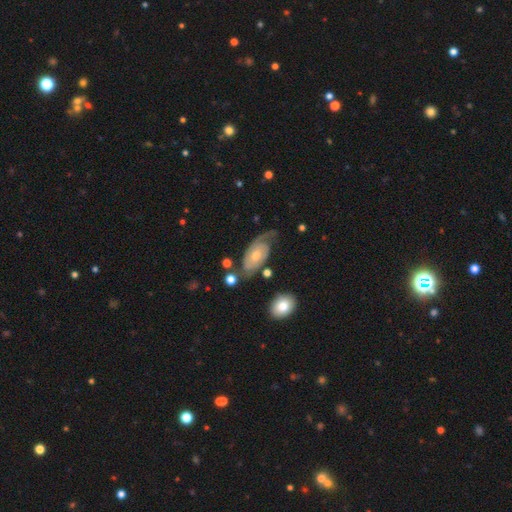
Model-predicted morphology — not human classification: This is likely a featured or disk galaxy (76%). It is clearly not viewed edge-on (94%). Bar: likely no (71%). Spiral arm pattern: clearly yes (91%). Spiral arm count: possibly 2 (60%). Spiral winding: possibly tight (45%). Central bulge: possibly moderate (57%). Merging: possibly none (50%).